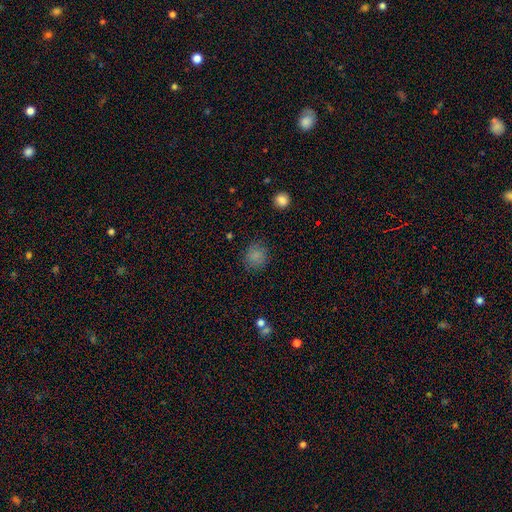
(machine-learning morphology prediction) Smooth or featured?
  - smooth: 81% *
  - star or artifact: 13%
  - featured or disk: 6%
How rounded?
  - round: 84% *
  - in between: 15%
  - cigar-shaped: 1%
Merging?
  - none: 84% *
  - minor disturbance: 11%
  - major disturbance: 4%
  - merger: 1%